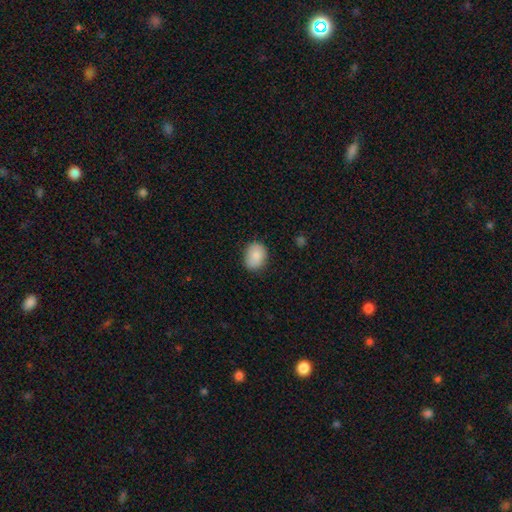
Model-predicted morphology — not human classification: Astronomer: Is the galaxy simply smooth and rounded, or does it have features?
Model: smooth — 85%.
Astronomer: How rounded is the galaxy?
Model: in between — 51% (runner-up: round, 48%).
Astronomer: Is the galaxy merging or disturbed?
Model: none — 81%.